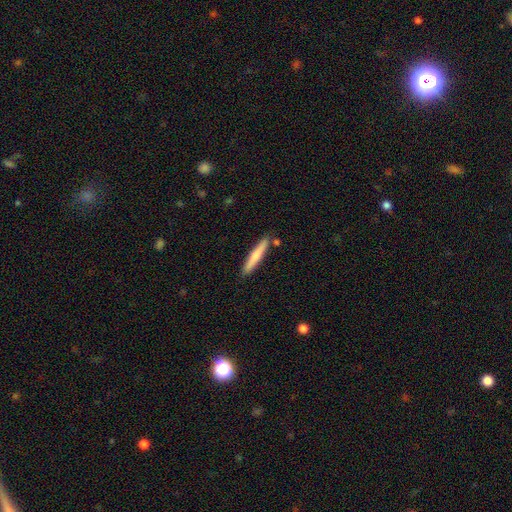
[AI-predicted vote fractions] smooth_or_featured: smooth (p=0.69) [alt: featured or disk p=0.25]
how_rounded: cigar-shaped (p=0.94) [alt: in between p=0.05]
merging: none (p=0.86) [alt: minor disturbance p=0.09]